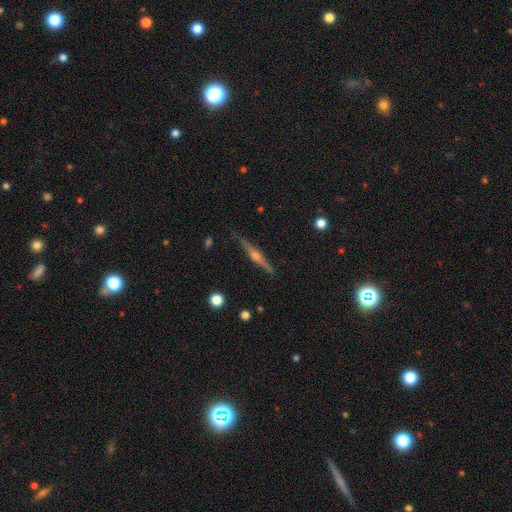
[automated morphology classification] A featured or disk galaxy (81%) viewed edge-on (98%) with a rounded central bulge (91%). Merging: none (87%).